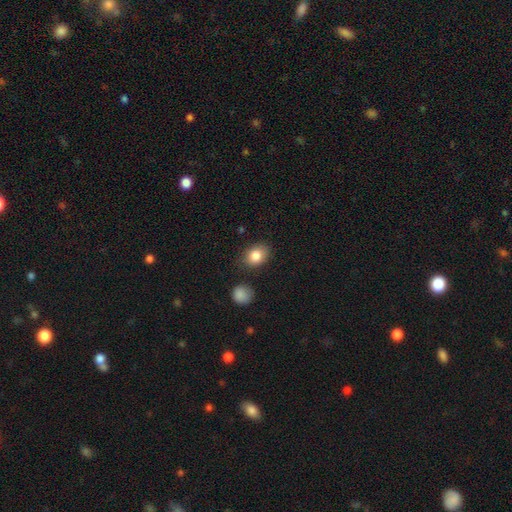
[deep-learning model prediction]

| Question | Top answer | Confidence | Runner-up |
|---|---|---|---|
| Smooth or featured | smooth | 84% | star or artifact (9%) |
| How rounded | in between | 64% | round (35%) |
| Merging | none | 79% | minor disturbance (14%) |